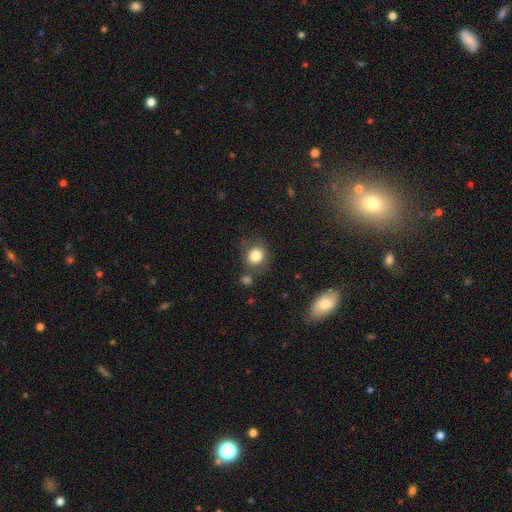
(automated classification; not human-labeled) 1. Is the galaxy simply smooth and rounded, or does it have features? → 83% smooth, 10% star or artifact, 7% featured or disk.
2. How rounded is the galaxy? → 77% round, 22% in between, 1% cigar-shaped.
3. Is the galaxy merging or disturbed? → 70% none, 15% minor disturbance, 9% merger, 5% major disturbance.